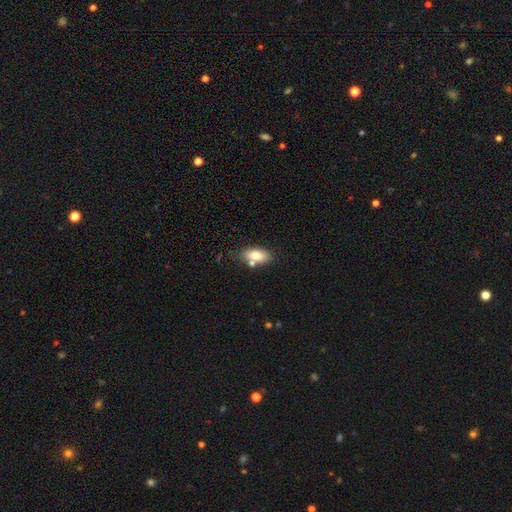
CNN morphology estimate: A smooth galaxy with no disk features (78%) that is in between round and cigar-shaped (88%).

Vote fractions:
- Smooth or featured? smooth: 78% / featured or disk: 14% / star or artifact: 8%
- How rounded? in between: 88% / cigar-shaped: 7% / round: 5%
- Merging? none: 66% / merger: 16% / minor disturbance: 15% / major disturbance: 4%